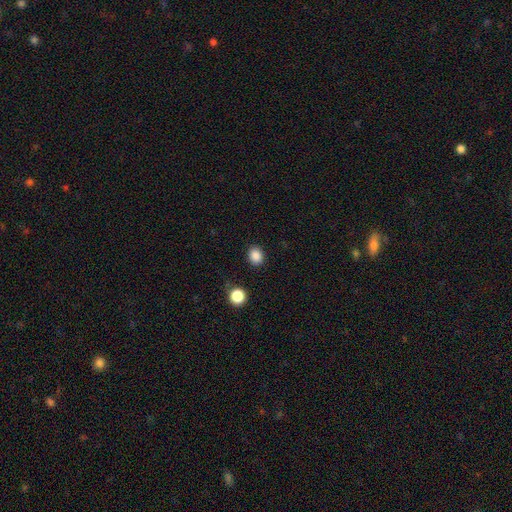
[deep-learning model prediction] A smooth galaxy with no disk features (87%) that is round (60%).

Vote fractions:
- Smooth or featured? smooth: 87% / star or artifact: 11% / featured or disk: 3%
- How rounded? round: 60% / in between: 39% / cigar-shaped: 1%
- Merging? none: 87% / minor disturbance: 8% / major disturbance: 3% / merger: 2%